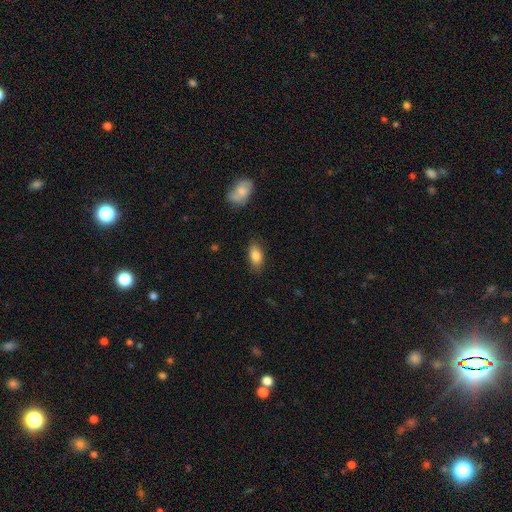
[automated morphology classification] Smooth or featured? Predicted: smooth (p=0.83). How rounded? Predicted: in between (p=0.87). Merging? Predicted: none (p=0.83).